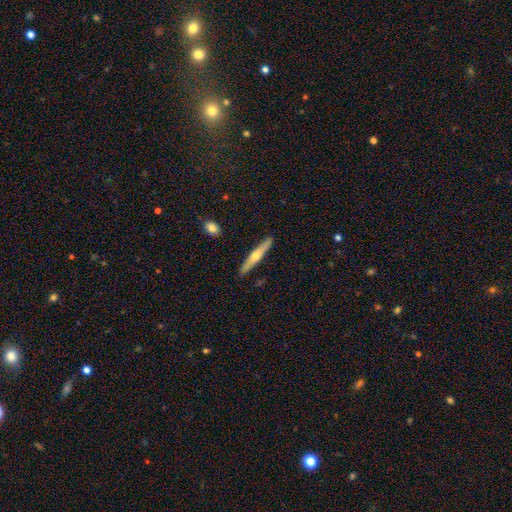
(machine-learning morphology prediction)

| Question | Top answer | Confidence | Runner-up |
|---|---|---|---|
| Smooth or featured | featured or disk | 55% | smooth (39%) |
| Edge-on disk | yes | 95% | no (5%) |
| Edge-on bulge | rounded | 88% | none (10%) |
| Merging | none | 90% | minor disturbance (7%) |